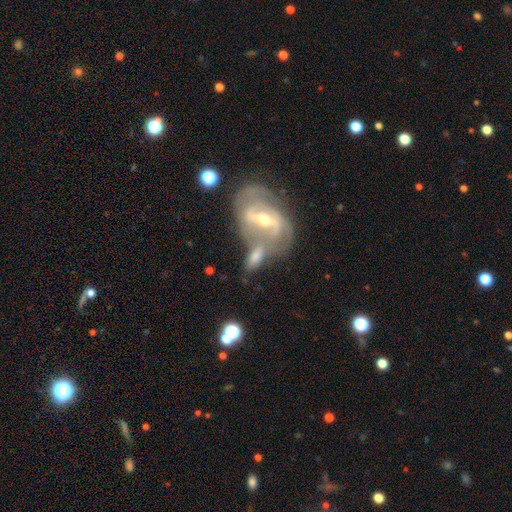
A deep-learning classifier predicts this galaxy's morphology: A featured or disk galaxy (57%) with a strong bar (39%), spiral arms (73%) and a moderate central bulge (55%).

Vote fractions:
- Smooth or featured? featured or disk: 57% / smooth: 35% / star or artifact: 8%
- Edge-on disk? no: 89% / yes: 11%
- Bar? strong: 39% / weak: 38% / no: 23%
- Spiral arms? yes: 73% / no: 27%
- Bulge size? moderate: 55% / small: 36% / large: 6% / none: 2% / dominant: 1%
- Merging? merger: 40% / none: 37% / minor disturbance: 15% / major disturbance: 8%